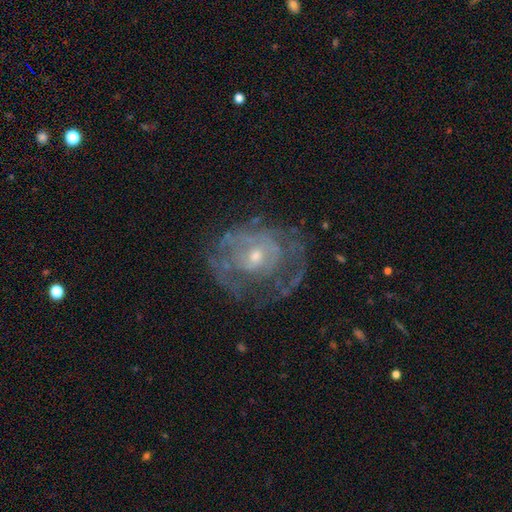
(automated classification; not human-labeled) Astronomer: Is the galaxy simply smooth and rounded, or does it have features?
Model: featured or disk — 76%.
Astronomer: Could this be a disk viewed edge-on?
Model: no — 97%.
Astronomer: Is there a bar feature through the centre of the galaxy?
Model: no — 74%.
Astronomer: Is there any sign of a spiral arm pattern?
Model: yes — 62% (runner-up: no, 38%).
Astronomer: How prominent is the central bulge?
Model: small — 52% (runner-up: moderate, 43%).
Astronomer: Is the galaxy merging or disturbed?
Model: none — 53%.